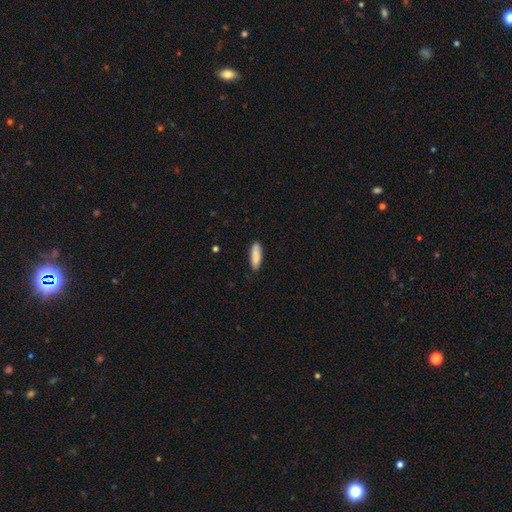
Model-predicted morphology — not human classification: Q: Smooth or featured?
A: smooth (87%); runner-up: featured or disk (7%)
Q: How rounded?
A: cigar-shaped (51%); runner-up: in between (47%)
Q: Merging?
A: none (84%); runner-up: minor disturbance (12%)